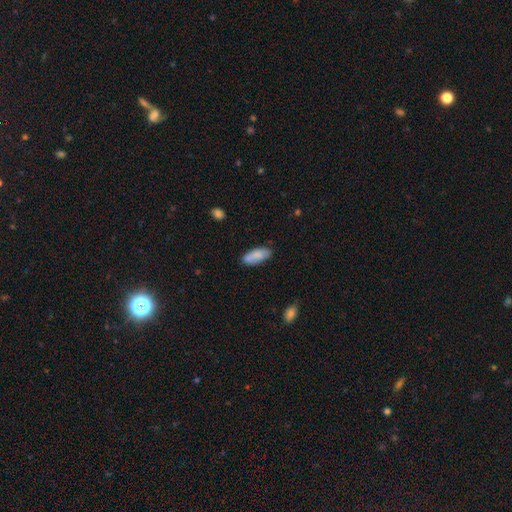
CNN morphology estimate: smooth-or-featured: smooth: 81% | featured or disk: 13% | star or artifact: 6%
  how-rounded: in between: 79% | cigar-shaped: 19% | round: 2%
  merging: none: 74% | minor disturbance: 17% | merger: 5% | major disturbance: 3%